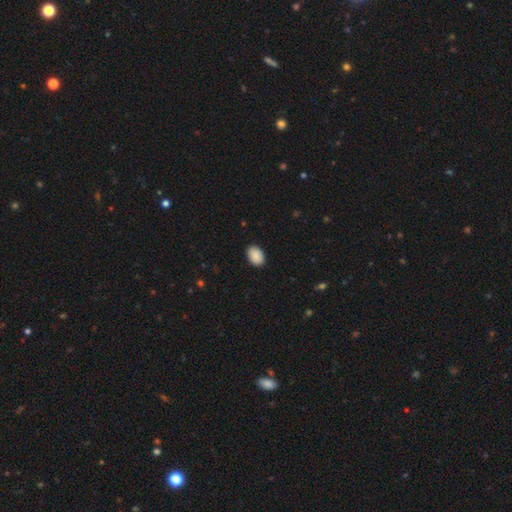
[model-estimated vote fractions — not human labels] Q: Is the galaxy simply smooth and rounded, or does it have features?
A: smooth — 89%.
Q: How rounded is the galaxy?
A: in between — 82%.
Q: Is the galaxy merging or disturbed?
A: none — 89%.